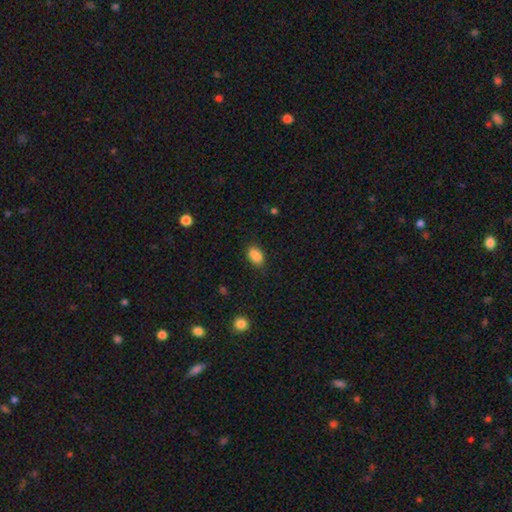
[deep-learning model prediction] smooth_or_featured: smooth (p=0.82) [alt: star or artifact p=0.10]
how_rounded: in between (p=0.84) [alt: round p=0.14]
merging: none (p=0.61) [alt: minor disturbance p=0.20]